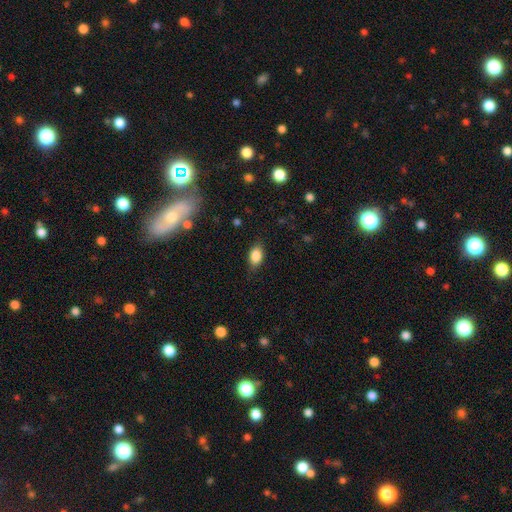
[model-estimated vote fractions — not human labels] A smooth galaxy with no disk features (85%) that is in between round and cigar-shaped (87%). Merging: none (82%).